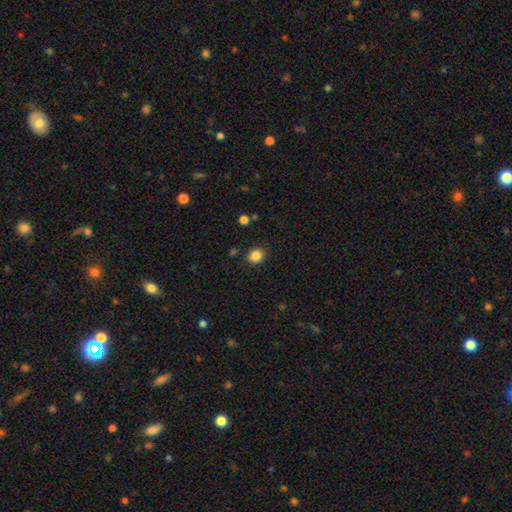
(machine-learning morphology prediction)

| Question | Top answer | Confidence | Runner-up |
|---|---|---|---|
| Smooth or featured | smooth | 85% | star or artifact (11%) |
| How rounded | round | 72% | in between (27%) |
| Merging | none | 88% | minor disturbance (8%) |